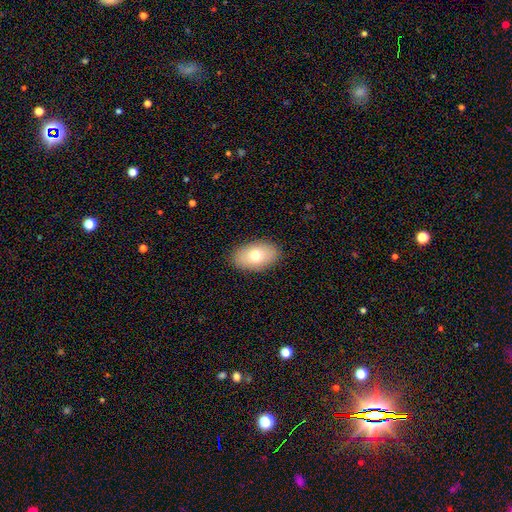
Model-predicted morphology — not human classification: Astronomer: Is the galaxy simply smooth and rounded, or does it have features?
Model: smooth — 74%.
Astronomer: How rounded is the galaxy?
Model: in between — 92%.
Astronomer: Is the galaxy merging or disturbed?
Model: none — 88%.